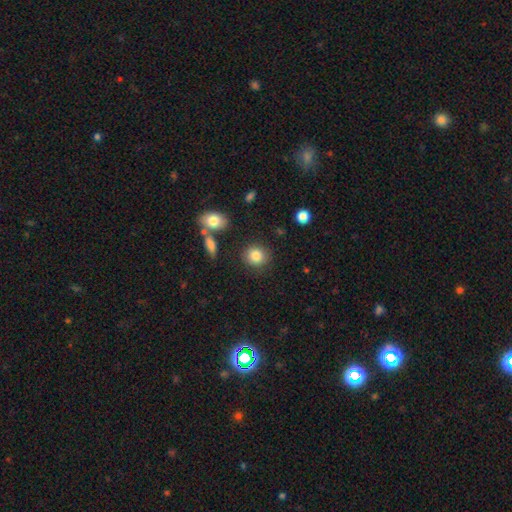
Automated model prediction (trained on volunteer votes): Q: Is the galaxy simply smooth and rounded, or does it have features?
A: smooth — 84%.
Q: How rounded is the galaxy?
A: round — 82%.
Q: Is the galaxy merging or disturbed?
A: none — 85%.